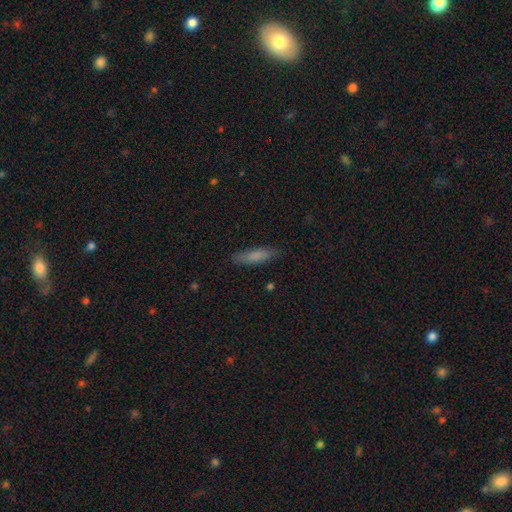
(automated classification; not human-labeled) smooth-or-featured: smooth: 80% | featured or disk: 13% | star or artifact: 7%
  how-rounded: cigar-shaped: 71% | in between: 27% | round: 2%
  merging: none: 85% | minor disturbance: 11% | major disturbance: 2% | merger: 1%